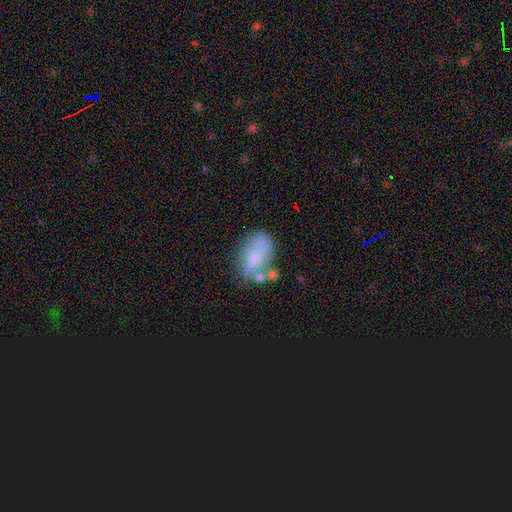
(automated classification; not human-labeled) Q: Smooth or featured?
A: smooth (62%); runner-up: featured or disk (29%)
Q: How rounded?
A: in between (90%); runner-up: round (8%)
Q: Merging?
A: none (43%); runner-up: minor disturbance (26%)